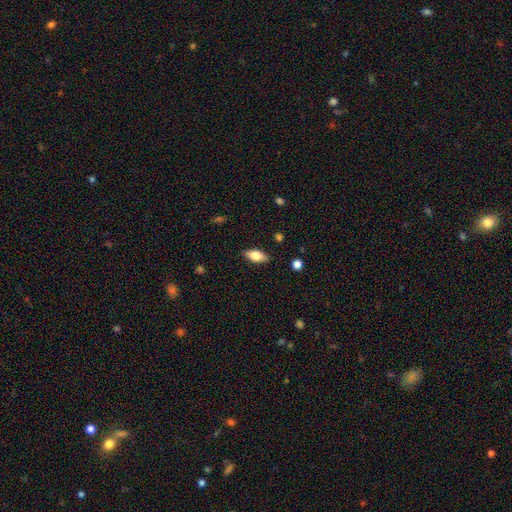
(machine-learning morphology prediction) type=smooth (73%); roundness=in between (86%); merging=none (86%).